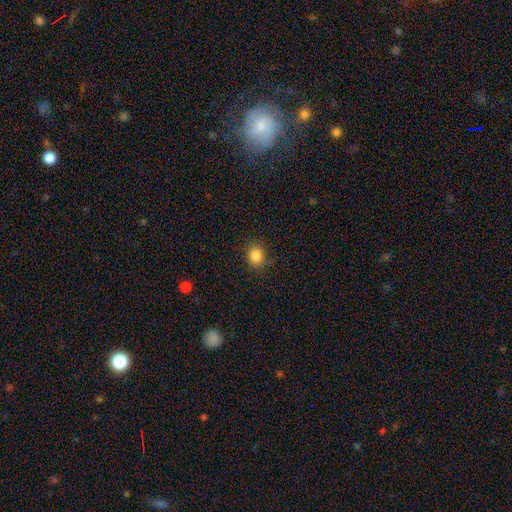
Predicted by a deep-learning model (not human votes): The model was most divided on "how rounded": round: 75%, in between: 24%, cigar-shaped: 1%. More confident: smooth or featured — smooth (85%); merging — none (83%).